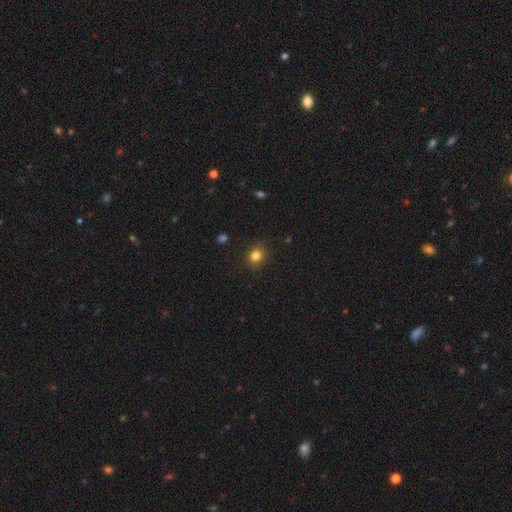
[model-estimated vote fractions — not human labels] The model was most divided on "how rounded": round: 66%, in between: 33%, cigar-shaped: 1%. More confident: merging — none (85%); smooth or featured — smooth (82%).